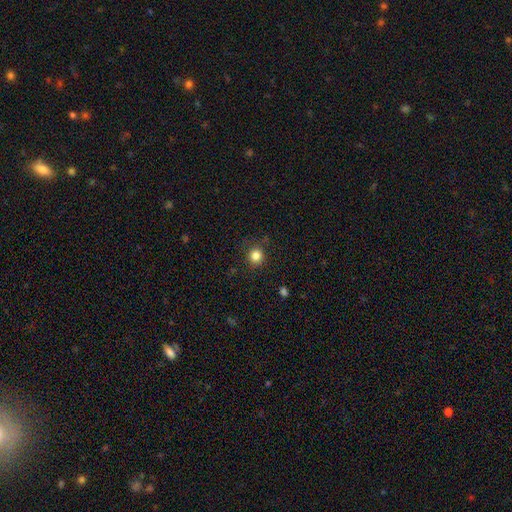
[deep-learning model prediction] This is clearly a smooth galaxy (83%). How rounded: clearly round (91%). Merging: clearly none (87%).